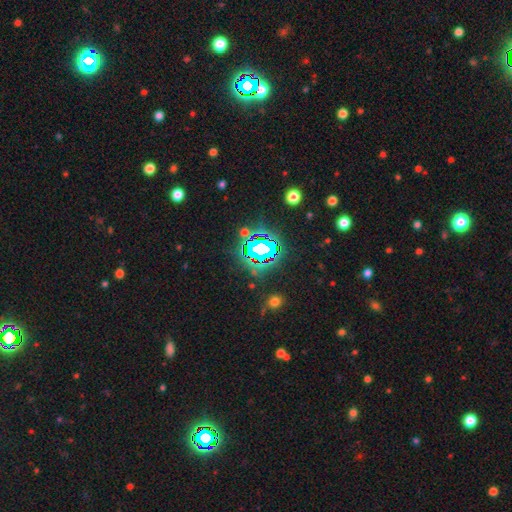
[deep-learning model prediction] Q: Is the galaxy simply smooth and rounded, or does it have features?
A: star or artifact — 72%.